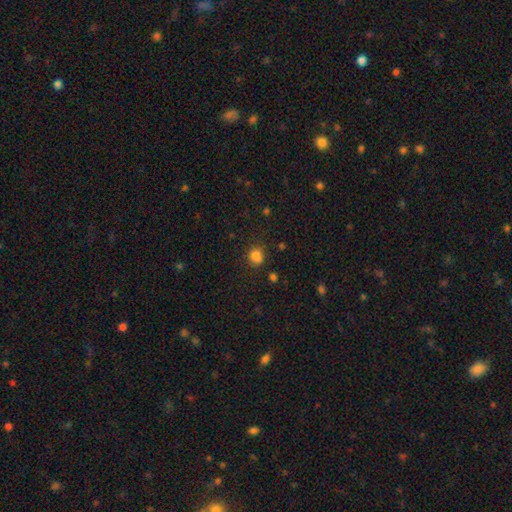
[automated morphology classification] smooth-or-featured: smooth: 81% | star or artifact: 13% | featured or disk: 6%
  how-rounded: round: 75% | in between: 24% | cigar-shaped: 1%
  merging: none: 74% | minor disturbance: 18% | major disturbance: 5% | merger: 4%